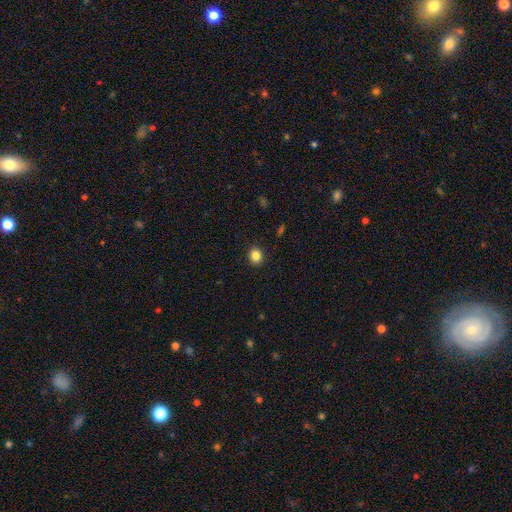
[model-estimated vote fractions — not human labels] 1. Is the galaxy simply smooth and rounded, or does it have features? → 84% smooth, 11% star or artifact, 4% featured or disk.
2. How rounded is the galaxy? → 80% round, 19% in between, 1% cigar-shaped.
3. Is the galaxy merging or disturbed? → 91% none, 6% minor disturbance, 2% major disturbance, 1% merger.